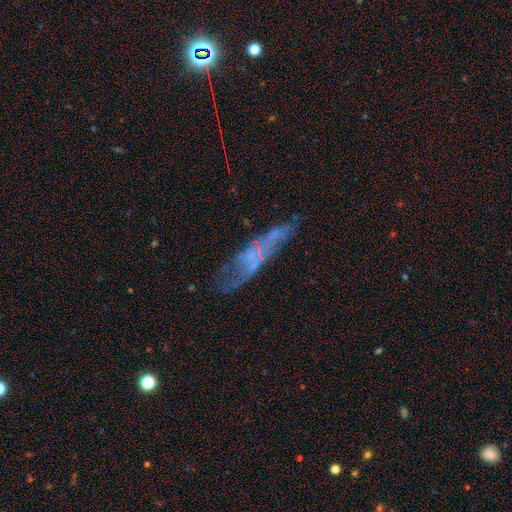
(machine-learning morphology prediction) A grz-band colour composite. It shows a featured or disk galaxy (54%). Merging: none (55%).